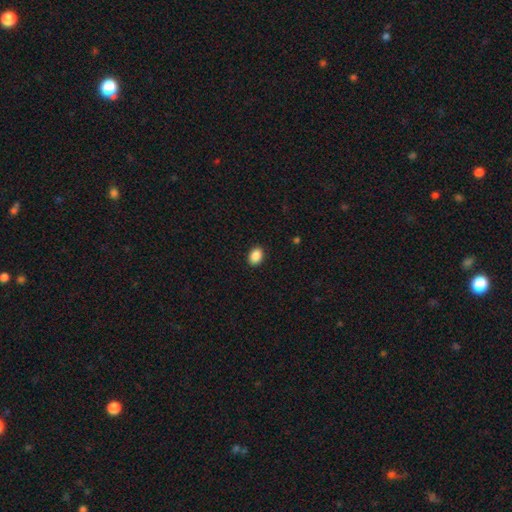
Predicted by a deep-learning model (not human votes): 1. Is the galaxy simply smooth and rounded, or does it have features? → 89% smooth, 8% star or artifact, 3% featured or disk.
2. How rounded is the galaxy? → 74% in between, 25% round, 1% cigar-shaped.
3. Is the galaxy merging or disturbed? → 90% none, 7% minor disturbance, 2% major disturbance, 1% merger.